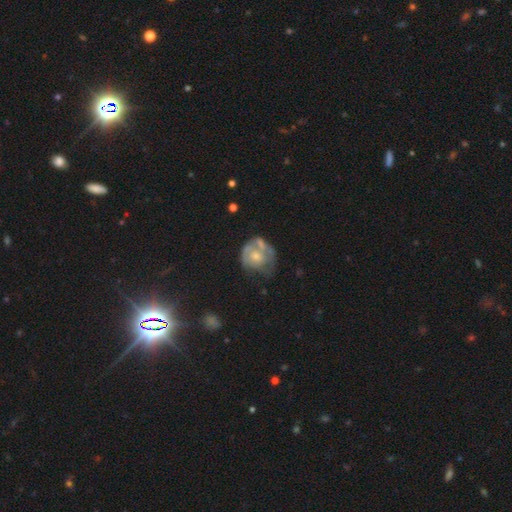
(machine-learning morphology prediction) smooth-or-featured: featured or disk: 54% | smooth: 39% | star or artifact: 7%
  disk-edge-on: no: 97% | yes: 3%
    bar: no: 84% | weak: 14% | strong: 2%
    has-spiral-arms: no: 59% | yes: 41%
    bulge-size: moderate: 49% | small: 36% | none: 8% | large: 6% | dominant: 1%
  merging: none: 34% | minor disturbance: 27% | major disturbance: 23% | merger: 16%